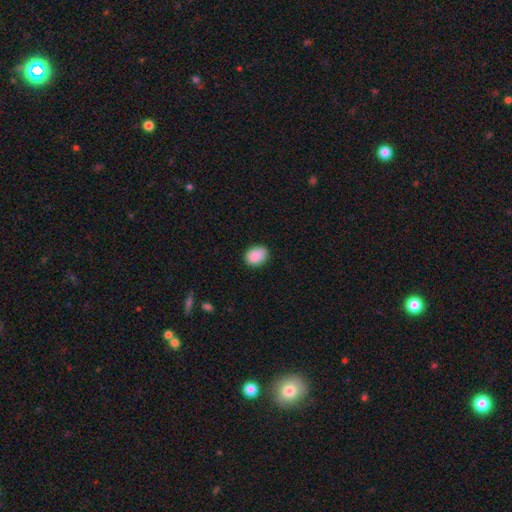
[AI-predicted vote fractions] Smooth or featured? Predicted: smooth (p=0.90). How rounded? Predicted: in between (p=0.66). Merging? Predicted: none (p=0.86).